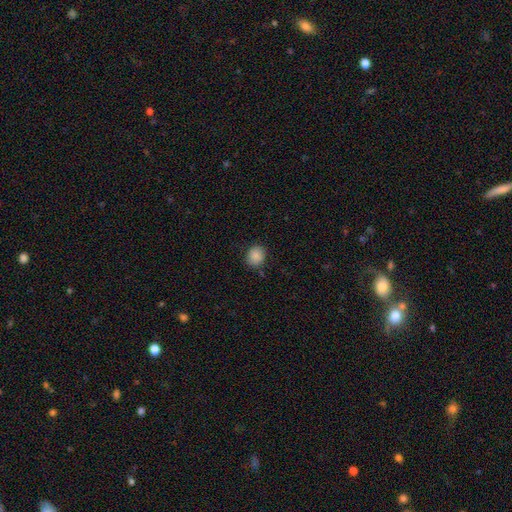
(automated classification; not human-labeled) smooth_or_featured: smooth (p=0.87) [alt: star or artifact p=0.09]
how_rounded: round (p=0.68) [alt: in between p=0.31]
merging: none (p=0.83) [alt: minor disturbance p=0.12]